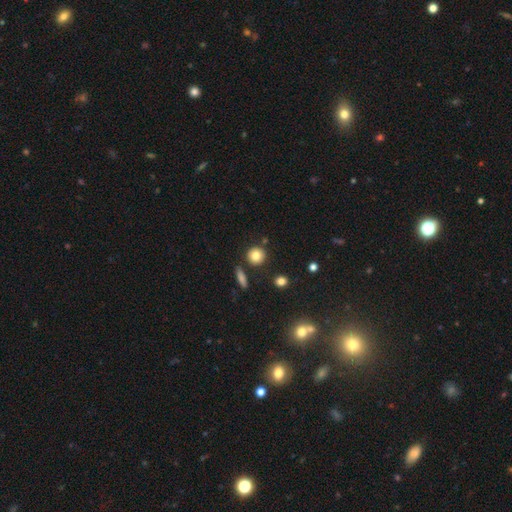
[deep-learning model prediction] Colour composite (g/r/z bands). It shows a smooth galaxy with no disk features (82%) that is round (88%). Merging: none (83%).